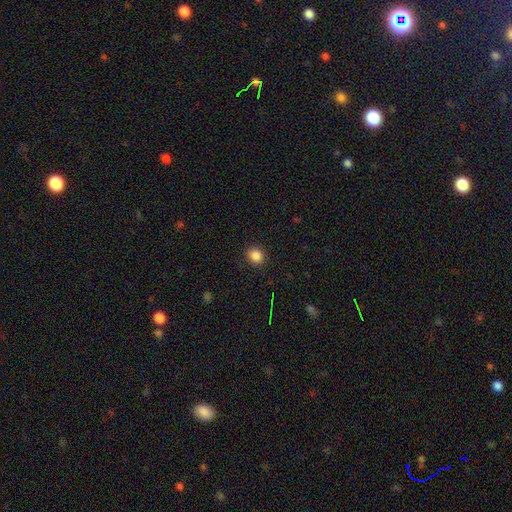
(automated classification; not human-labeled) The model was most divided on "how rounded": round: 75%, in between: 24%, cigar-shaped: 1%. More confident: merging — none (89%); smooth or featured — smooth (85%).